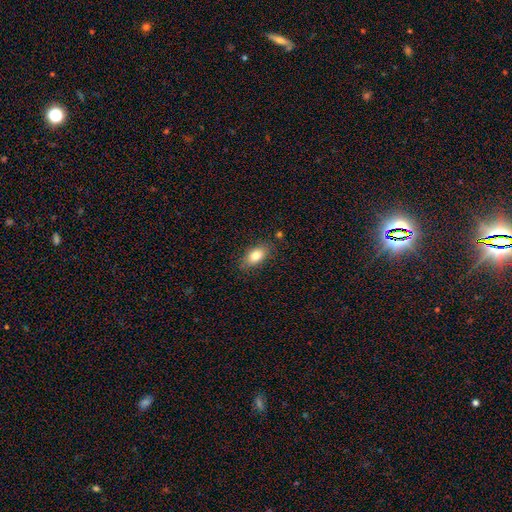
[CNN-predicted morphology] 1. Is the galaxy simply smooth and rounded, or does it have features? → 81% smooth, 11% featured or disk, 8% star or artifact.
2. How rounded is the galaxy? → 89% in between, 6% round, 5% cigar-shaped.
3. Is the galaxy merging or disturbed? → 82% none, 13% minor disturbance, 3% major disturbance, 2% merger.